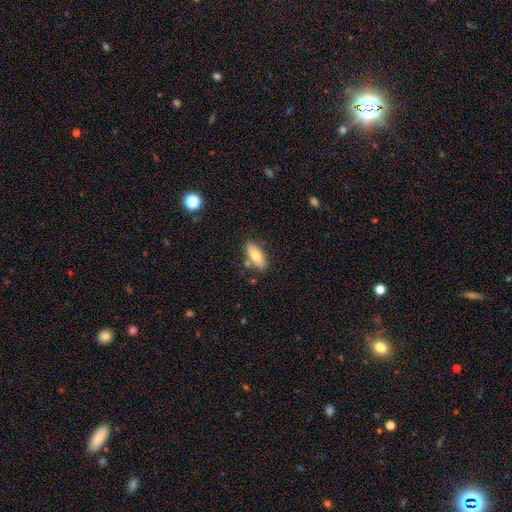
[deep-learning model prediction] This is likely a smooth galaxy (72%). How rounded: likely in between (78%). Merging: likely none (75%).